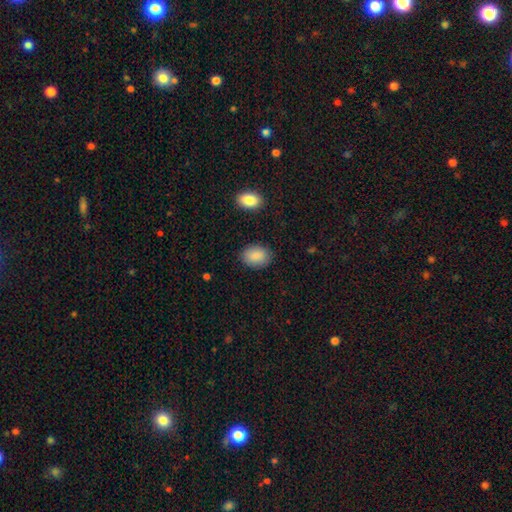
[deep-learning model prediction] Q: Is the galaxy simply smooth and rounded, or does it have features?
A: smooth — 89%.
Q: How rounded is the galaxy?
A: in between — 76%.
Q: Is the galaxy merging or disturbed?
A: none — 86%.